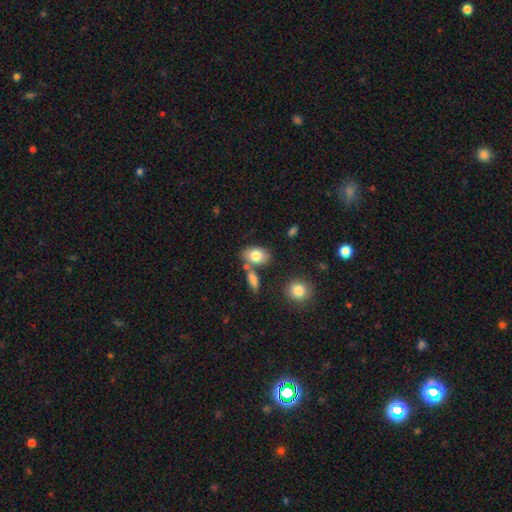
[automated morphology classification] Smooth or featured: smooth — 80% (featured or disk — 12%)
How rounded: in between — 84% (round — 14%)
Merging: none — 64% (merger — 19%)